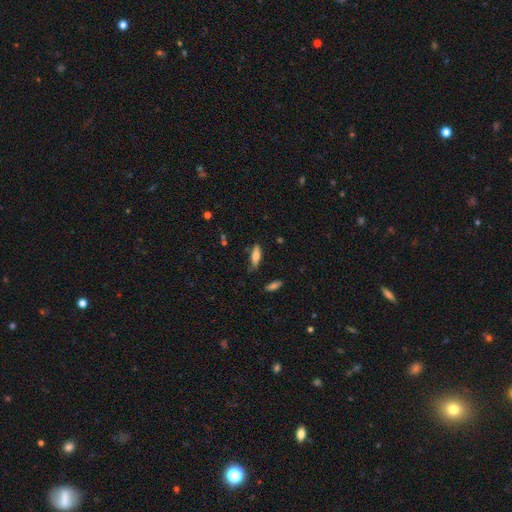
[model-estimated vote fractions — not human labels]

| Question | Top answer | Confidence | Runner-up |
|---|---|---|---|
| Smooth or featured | smooth | 72% | featured or disk (21%) |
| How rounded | in between | 54% | cigar-shaped (44%) |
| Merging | none | 76% | minor disturbance (18%) |